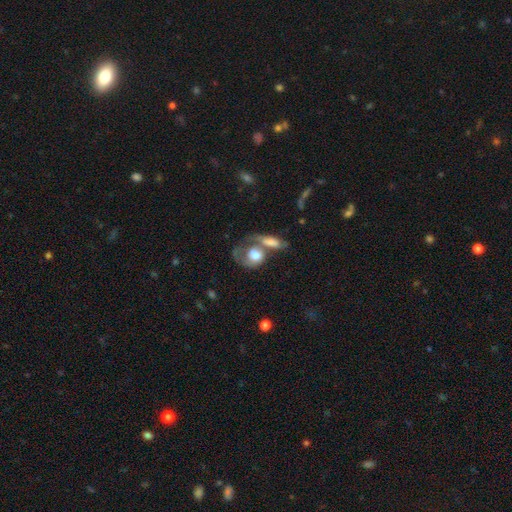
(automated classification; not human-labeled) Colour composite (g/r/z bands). It shows a smooth galaxy with no disk features (59%) that is in between round and cigar-shaped (50%). Merging: merger (52%).